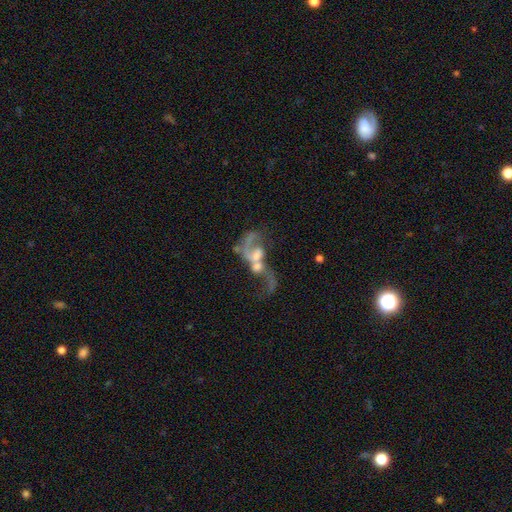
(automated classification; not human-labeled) A featured or disk galaxy (74%) with no bar (60%), 2 (64%) loose (80%) spiral arms (71%) and a moderate central bulge (37%). Merging: merger (57%).